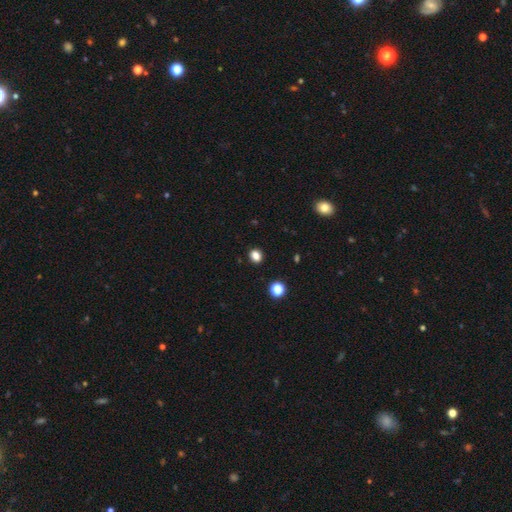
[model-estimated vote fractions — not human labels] A smooth galaxy with no disk features (83%) that is round (52%).

Vote fractions:
- Smooth or featured? smooth: 83% / star or artifact: 13% / featured or disk: 4%
- How rounded? round: 52% / in between: 46% / cigar-shaped: 1%
- Merging? none: 89% / minor disturbance: 7% / major disturbance: 2% / merger: 2%